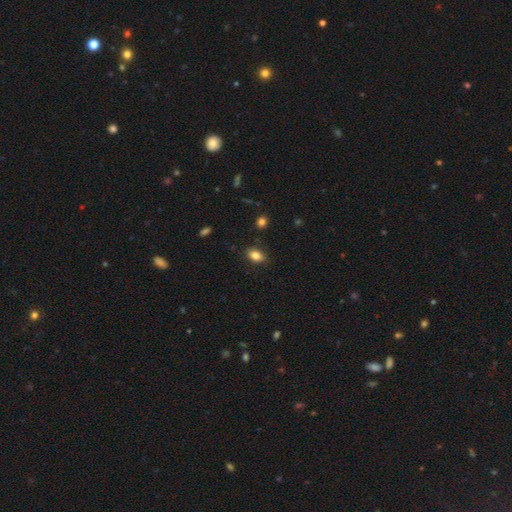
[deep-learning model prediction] This appears to be a smooth galaxy with no disk features (83%) that is in between round and cigar-shaped (85%). Merging: none (85%).